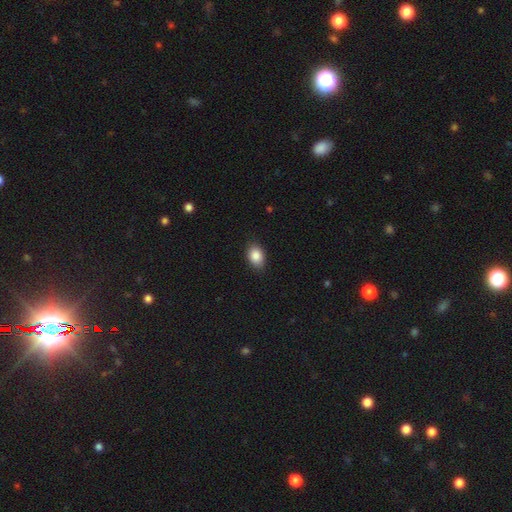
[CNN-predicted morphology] smooth-or-featured: smooth: 87% | star or artifact: 8% | featured or disk: 5%
  how-rounded: in between: 81% | round: 18% | cigar-shaped: 1%
  merging: none: 85% | minor disturbance: 11% | major disturbance: 2% | merger: 1%